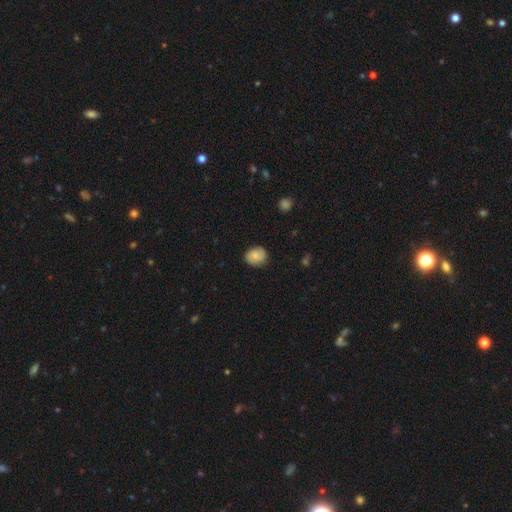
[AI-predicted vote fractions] Smooth or featured? smooth (75%)
How rounded? round (63%)
Merging? none (81%)